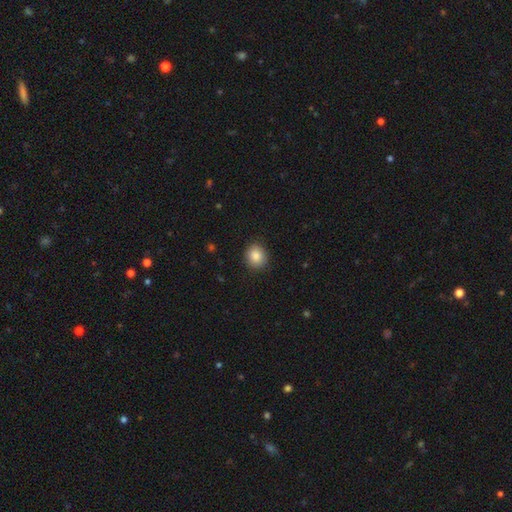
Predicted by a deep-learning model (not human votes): This appears to be a smooth galaxy with no disk features (86%) that is round (82%). Merging: none (89%).